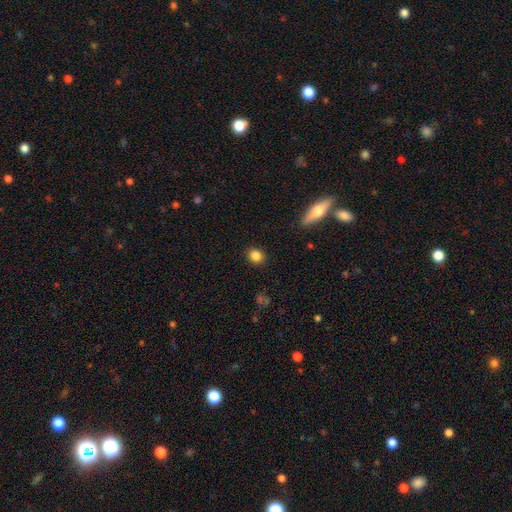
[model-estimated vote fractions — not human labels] Smooth or featured? Predicted: smooth (p=0.85). How rounded? Predicted: round (p=0.72). Merging? Predicted: none (p=0.90).